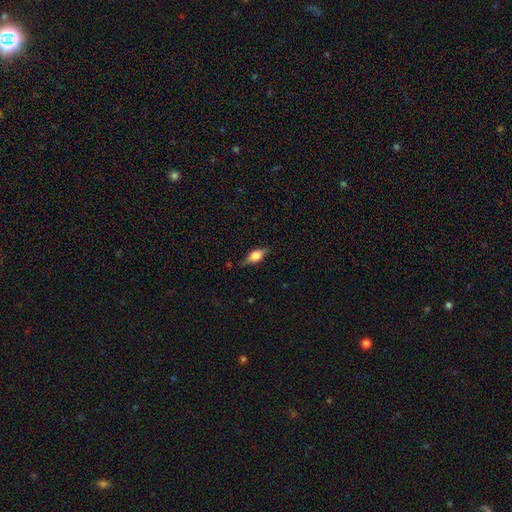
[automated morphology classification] type=smooth (50%); roundness=in between (72%); merging=none (72%).